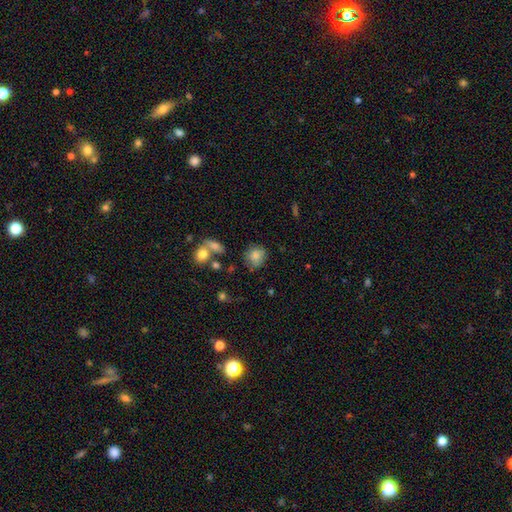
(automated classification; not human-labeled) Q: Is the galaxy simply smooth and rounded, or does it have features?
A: smooth — 81%.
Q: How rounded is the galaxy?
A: round — 74%.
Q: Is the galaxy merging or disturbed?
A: none — 66%.